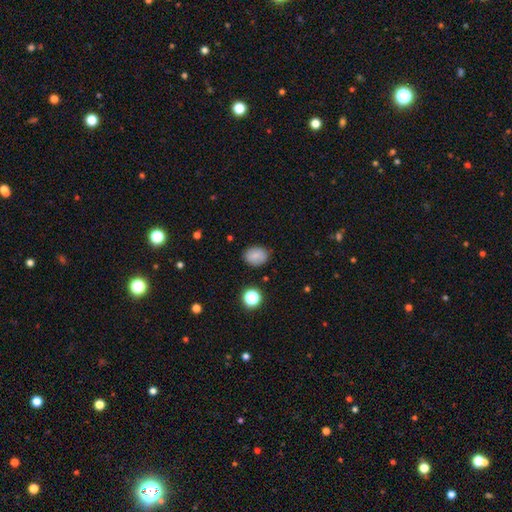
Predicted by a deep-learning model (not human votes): smooth 77%, featured or disk 13%, star or artifact 10%. Down the decision tree: how rounded — in between (52%); merging — none (84%).